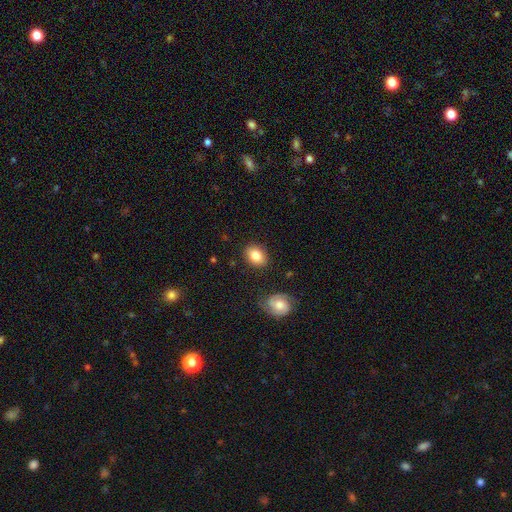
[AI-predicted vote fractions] A smooth galaxy with no disk features (82%) that is in between round and cigar-shaped (63%).

Vote fractions:
- Smooth or featured? smooth: 82% / featured or disk: 11% / star or artifact: 7%
- How rounded? in between: 63% / round: 36% / cigar-shaped: 1%
- Merging? none: 85% / minor disturbance: 10% / major disturbance: 3% / merger: 2%